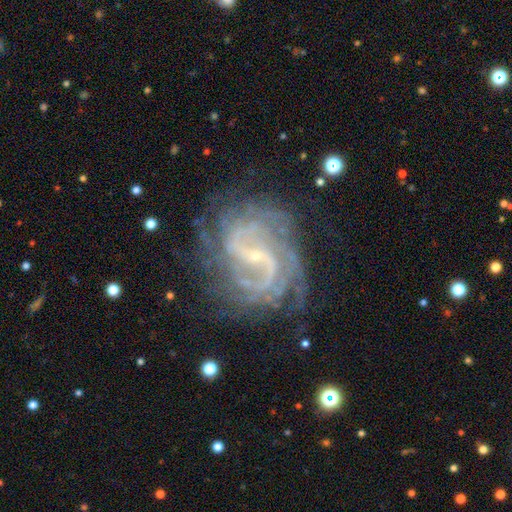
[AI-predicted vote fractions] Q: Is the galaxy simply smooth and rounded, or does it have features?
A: featured or disk — 90%.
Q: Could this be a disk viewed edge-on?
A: no — 97%.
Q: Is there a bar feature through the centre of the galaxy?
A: weak — 49%.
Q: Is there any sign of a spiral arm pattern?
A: yes — 97%.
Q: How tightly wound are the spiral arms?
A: tight — 44%.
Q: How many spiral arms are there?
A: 2 — 36%.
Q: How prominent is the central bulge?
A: small — 84%.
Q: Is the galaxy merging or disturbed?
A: none — 71%.